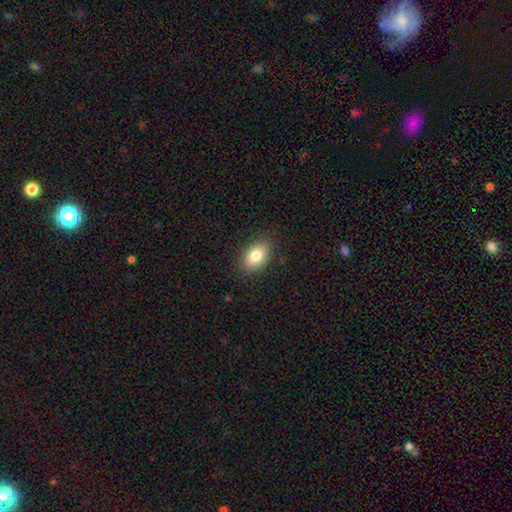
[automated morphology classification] The model was most divided on "smooth or featured": smooth: 82%, featured or disk: 10%, star or artifact: 8%. More confident: how rounded — in between (89%); merging — none (87%).